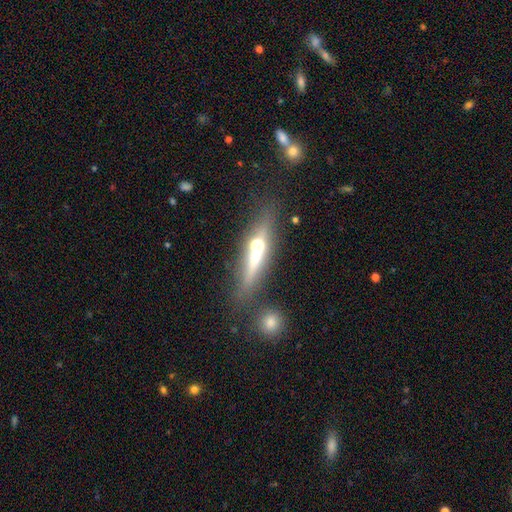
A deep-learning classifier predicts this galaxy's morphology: smooth_or_featured: featured or disk (p=0.63) [alt: smooth p=0.27]
disk_edge_on: yes (p=0.91) [alt: no p=0.09]
edge_on_bulge: rounded (p=0.85) [alt: none p=0.09]
merging: none (p=0.74) [alt: minor disturbance p=0.12]